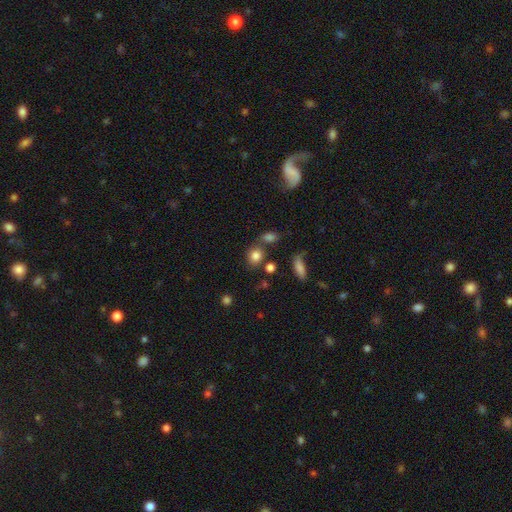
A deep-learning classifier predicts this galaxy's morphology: The model was most divided on "how rounded": round: 62%, in between: 36%, cigar-shaped: 2%. More confident: smooth or featured — smooth (82%); merging — none (65%).